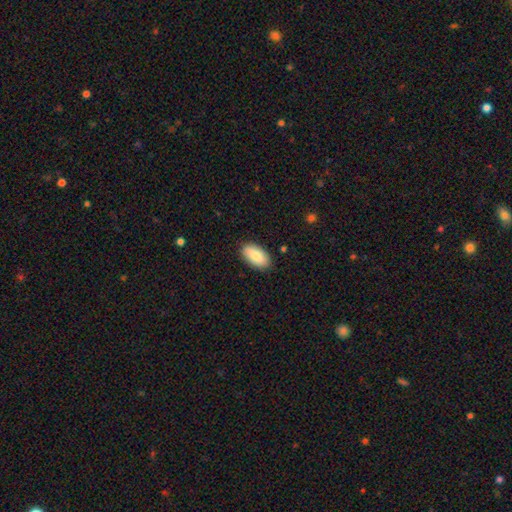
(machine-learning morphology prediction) A smooth galaxy with no disk features (84%) that is in between round and cigar-shaped (94%).

Vote fractions:
- Smooth or featured? smooth: 84% / featured or disk: 10% / star or artifact: 6%
- How rounded? in between: 94% / cigar-shaped: 4% / round: 3%
- Merging? none: 87% / minor disturbance: 10% / major disturbance: 2% / merger: 1%